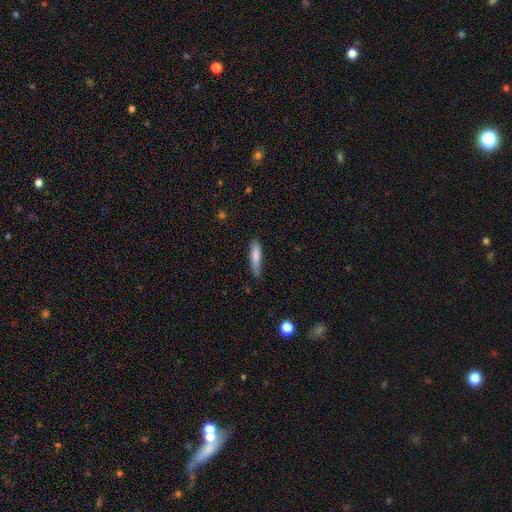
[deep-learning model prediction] A smooth galaxy with no disk features (78%) that is cigar-shaped (78%).

Vote fractions:
- Smooth or featured? smooth: 78% / featured or disk: 16% / star or artifact: 6%
- How rounded? cigar-shaped: 78% / in between: 20% / round: 1%
- Merging? none: 74% / minor disturbance: 21% / major disturbance: 3% / merger: 2%